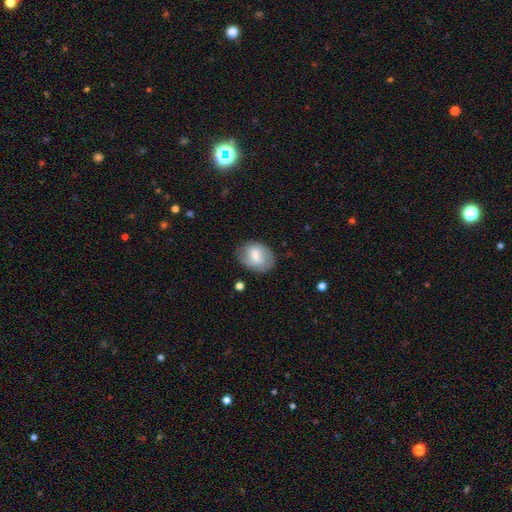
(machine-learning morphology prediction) A smooth galaxy with no disk features (69%) that is in between round and cigar-shaped (71%). Merging: none (73%).